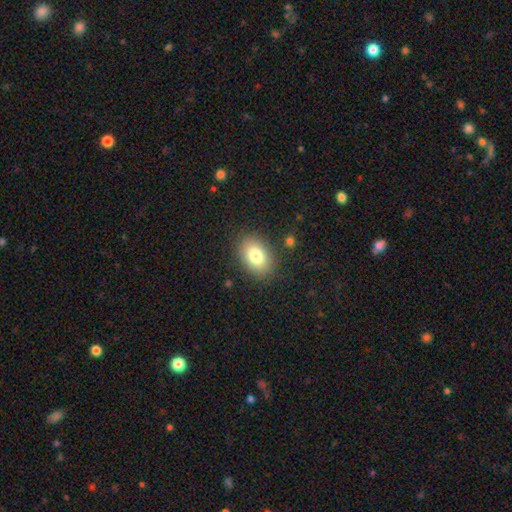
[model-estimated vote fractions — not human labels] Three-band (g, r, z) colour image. It shows a smooth galaxy with no disk features (79%) that is in between round and cigar-shaped (82%). Merging: none (85%).